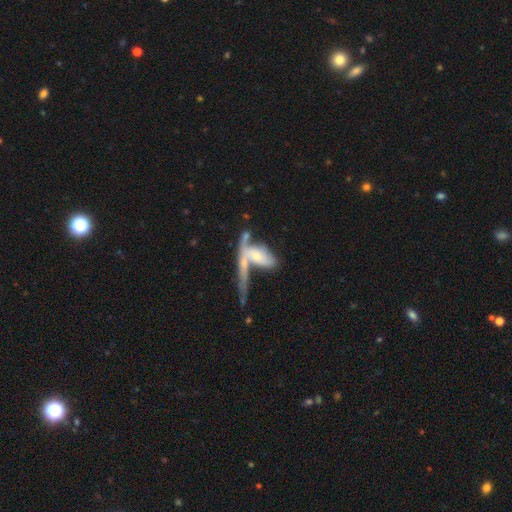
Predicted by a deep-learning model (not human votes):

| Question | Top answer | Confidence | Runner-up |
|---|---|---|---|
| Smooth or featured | featured or disk | 50% | smooth (44%) |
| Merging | merger | 52% | major disturbance (19%) |